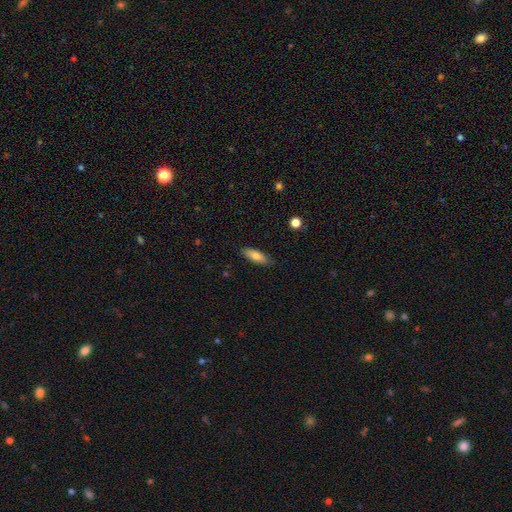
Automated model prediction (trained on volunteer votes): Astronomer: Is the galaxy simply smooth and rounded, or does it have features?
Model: smooth — 79%.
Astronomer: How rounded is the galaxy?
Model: in between — 58% (runner-up: cigar-shaped, 40%).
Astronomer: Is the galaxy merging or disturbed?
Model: none — 84%.